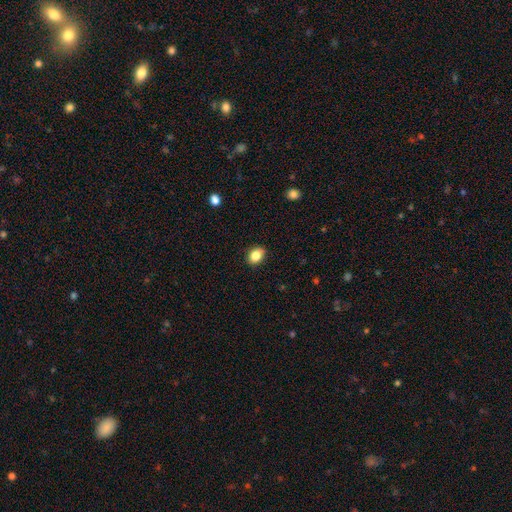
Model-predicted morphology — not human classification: This appears to be a smooth galaxy with no disk features (85%) that is in between round and cigar-shaped (60%). Merging: none (86%).